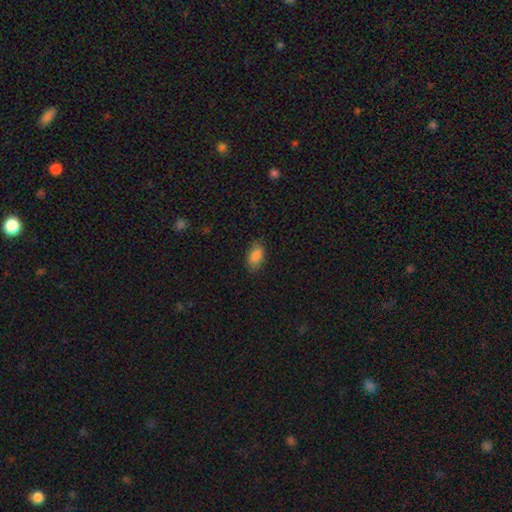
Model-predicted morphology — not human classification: This appears to be a smooth galaxy with no disk features (87%) that is in between round and cigar-shaped (91%). Merging: none (79%).